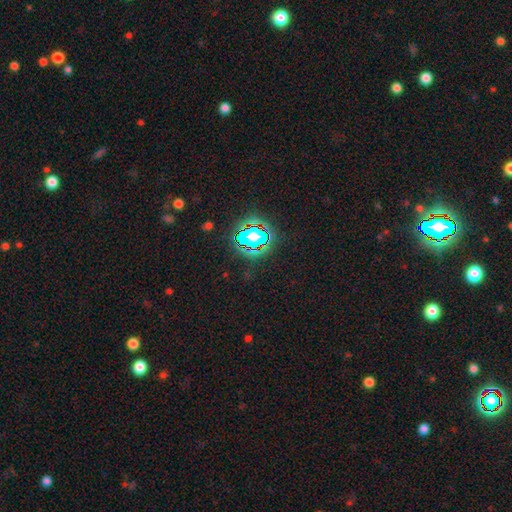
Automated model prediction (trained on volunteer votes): smooth_or_featured: star or artifact (p=0.83) [alt: smooth p=0.10]